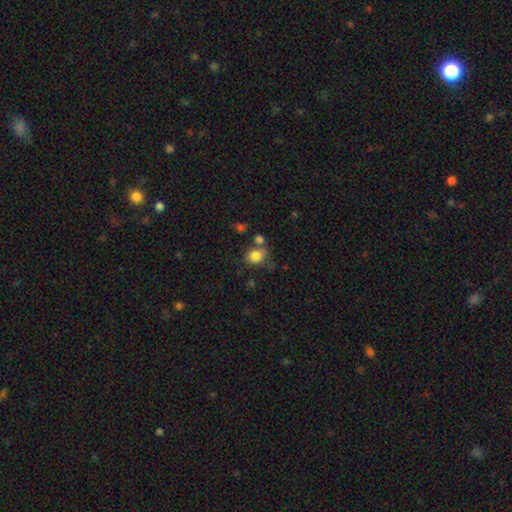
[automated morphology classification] smooth_or_featured: smooth (p=0.82) [alt: star or artifact p=0.10]
how_rounded: round (p=0.50) [alt: in between p=0.49]
merging: none (p=0.56) [alt: merger p=0.19]